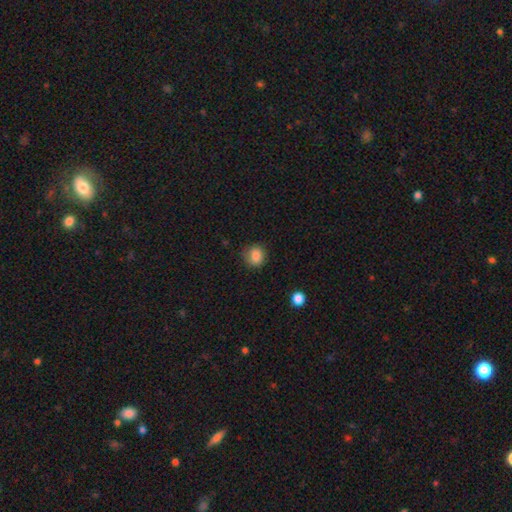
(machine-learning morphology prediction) smooth 83%, star or artifact 10%, featured or disk 7%. Down the decision tree: how rounded — round (77%); merging — none (77%).